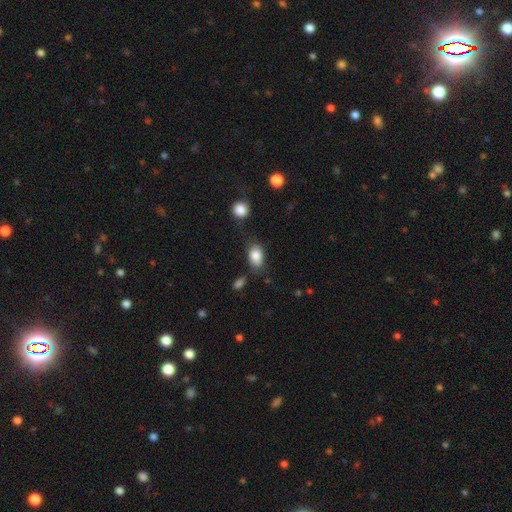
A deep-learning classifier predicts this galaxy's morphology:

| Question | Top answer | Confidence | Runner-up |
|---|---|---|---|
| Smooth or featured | smooth | 84% | featured or disk (8%) |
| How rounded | in between | 85% | round (14%) |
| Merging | none | 62% | minor disturbance (23%) |